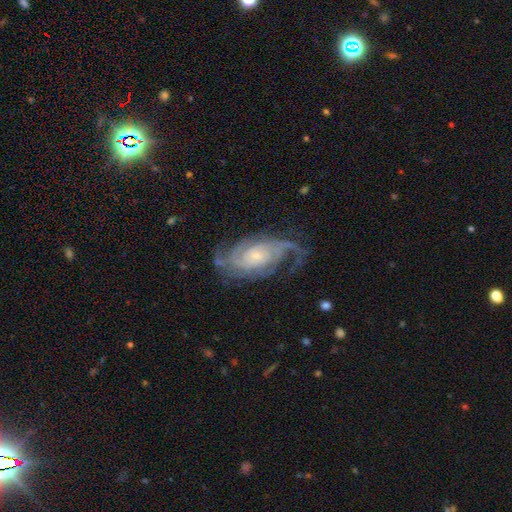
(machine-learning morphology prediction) This appears to be a featured or disk galaxy (89%) with no bar (66%), 2 (41%) tight (47%) spiral arms (97%) and a small central bulge (65%). Merging: none (68%).